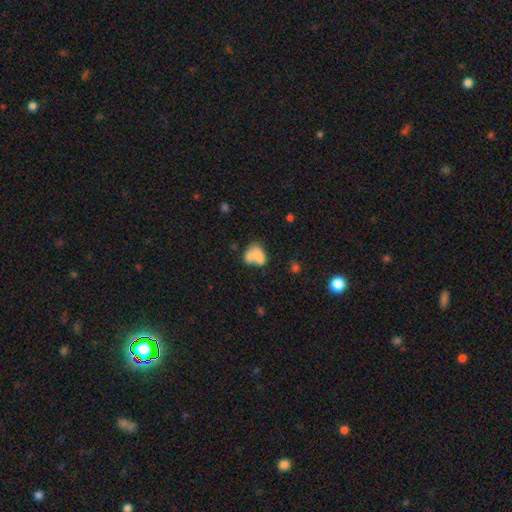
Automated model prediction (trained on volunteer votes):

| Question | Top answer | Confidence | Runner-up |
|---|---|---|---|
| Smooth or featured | smooth | 71% | featured or disk (20%) |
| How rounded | in between | 73% | round (24%) |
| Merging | merger | 59% | none (22%) |